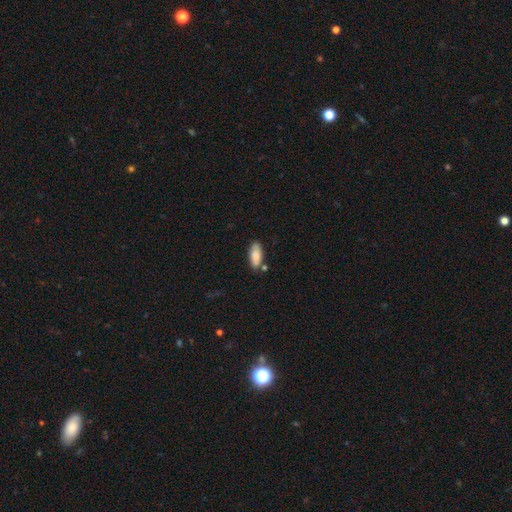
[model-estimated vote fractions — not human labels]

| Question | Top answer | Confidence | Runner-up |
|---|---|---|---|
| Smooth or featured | smooth | 83% | featured or disk (10%) |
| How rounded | in between | 78% | cigar-shaped (20%) |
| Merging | none | 72% | minor disturbance (16%) |